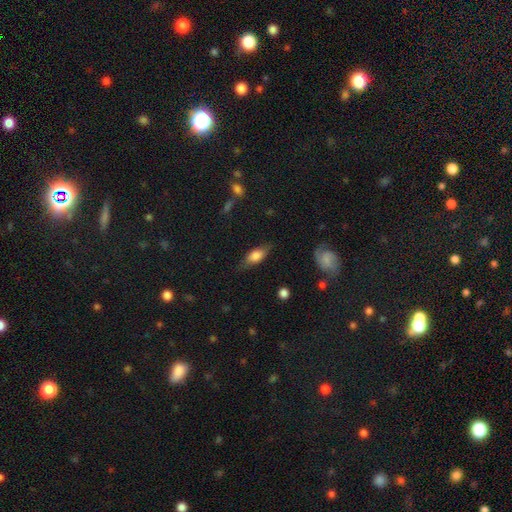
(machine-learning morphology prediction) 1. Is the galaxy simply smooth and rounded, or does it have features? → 65% smooth, 28% featured or disk, 7% star or artifact.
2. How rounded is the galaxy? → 77% in between, 18% cigar-shaped, 5% round.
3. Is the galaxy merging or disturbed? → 74% none, 19% minor disturbance, 6% major disturbance, 1% merger.